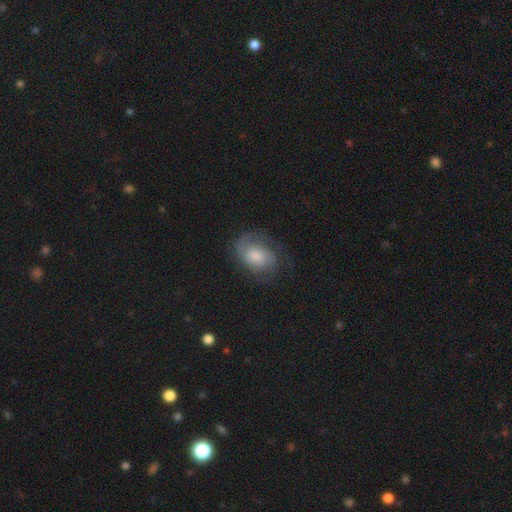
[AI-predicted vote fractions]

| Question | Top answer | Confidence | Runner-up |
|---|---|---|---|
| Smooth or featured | featured or disk | 55% | smooth (37%) |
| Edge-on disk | no | 97% | yes (3%) |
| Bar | no | 64% | weak (31%) |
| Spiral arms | yes | 87% | no (13%) |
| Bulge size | moderate | 39% | small (24%) |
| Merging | none | 62% | minor disturbance (22%) |